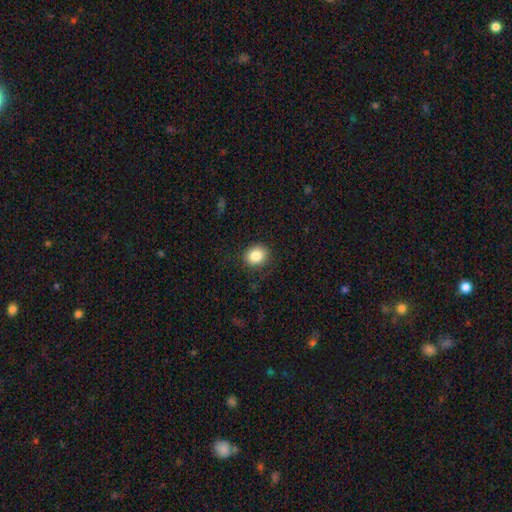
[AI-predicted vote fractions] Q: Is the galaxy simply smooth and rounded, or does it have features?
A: smooth — 85%.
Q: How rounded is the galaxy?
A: round — 70%.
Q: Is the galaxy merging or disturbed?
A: none — 86%.